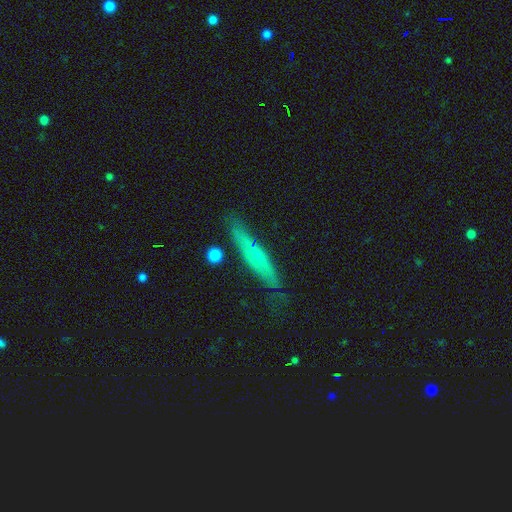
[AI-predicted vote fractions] A smooth galaxy with no disk features (47%).

Vote fractions:
- Smooth or featured? smooth: 47% / featured or disk: 45% / star or artifact: 8%
- Merging? none: 73% / minor disturbance: 19% / major disturbance: 5% / merger: 3%